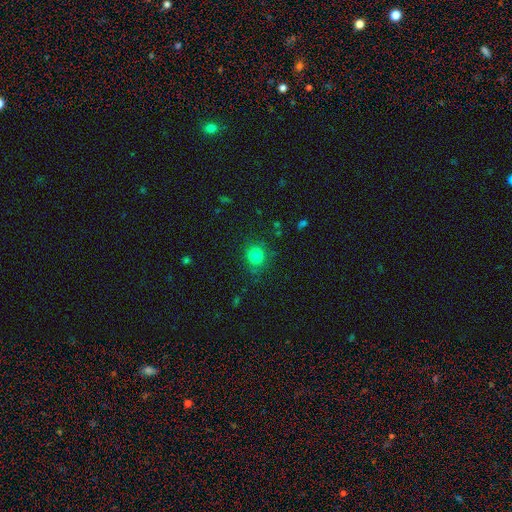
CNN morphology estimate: Smooth or featured? Predicted: smooth (p=0.83). How rounded? Predicted: round (p=0.86). Merging? Predicted: none (p=0.80).